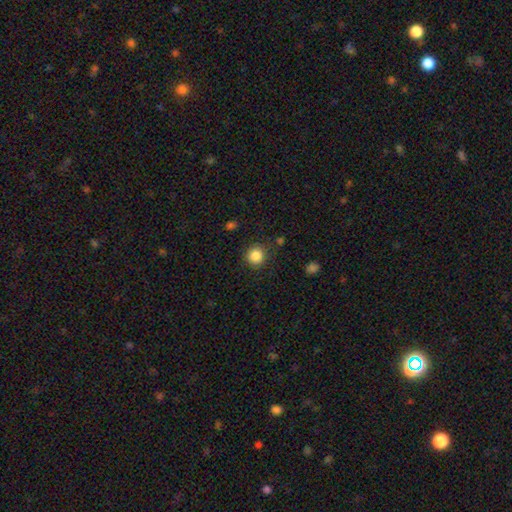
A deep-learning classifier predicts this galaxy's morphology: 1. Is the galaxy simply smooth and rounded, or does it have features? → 86% smooth, 10% star or artifact, 4% featured or disk.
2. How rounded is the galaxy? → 92% round, 7% in between, 1% cigar-shaped.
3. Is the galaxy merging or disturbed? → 86% none, 8% minor disturbance, 3% major disturbance, 2% merger.